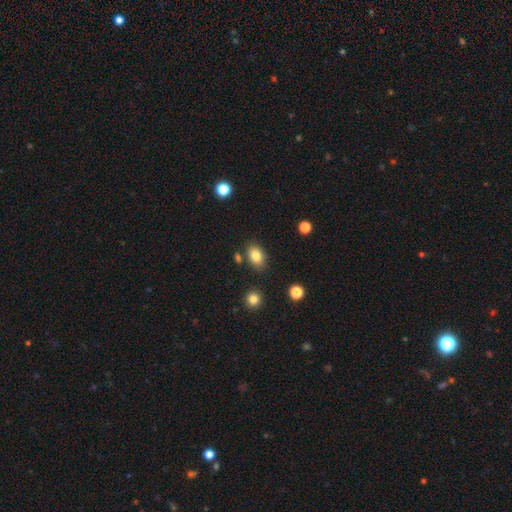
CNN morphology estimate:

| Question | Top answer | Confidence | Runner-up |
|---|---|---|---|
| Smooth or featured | smooth | 83% | star or artifact (9%) |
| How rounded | in between | 83% | round (15%) |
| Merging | none | 81% | minor disturbance (11%) |